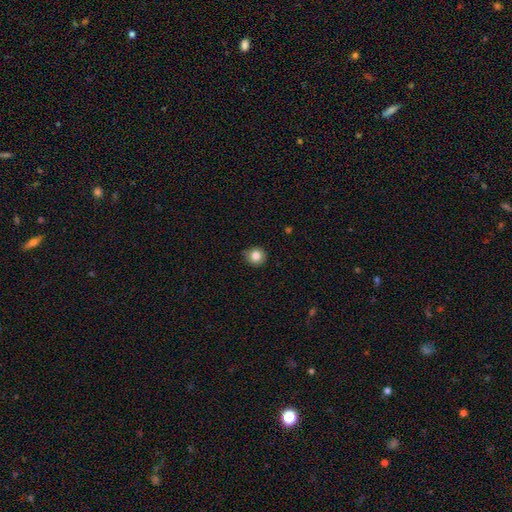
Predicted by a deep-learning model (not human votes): The model was most divided on "merging": none: 80%, minor disturbance: 16%, major disturbance: 3%, merger: 1%. More confident: how rounded — round (88%); smooth or featured — smooth (83%).